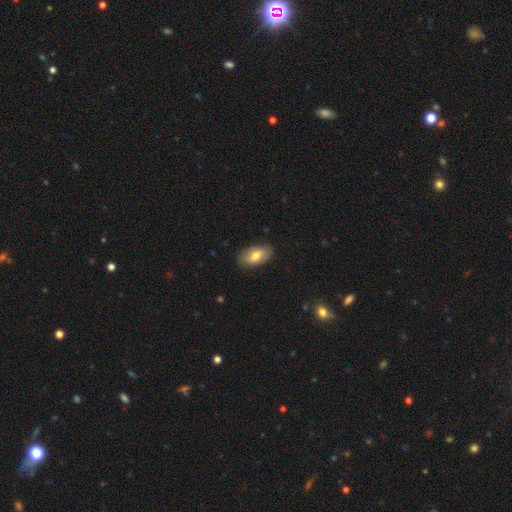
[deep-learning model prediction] This appears to be a smooth galaxy with no disk features (71%) that is in between round and cigar-shaped (92%). Merging: none (82%).